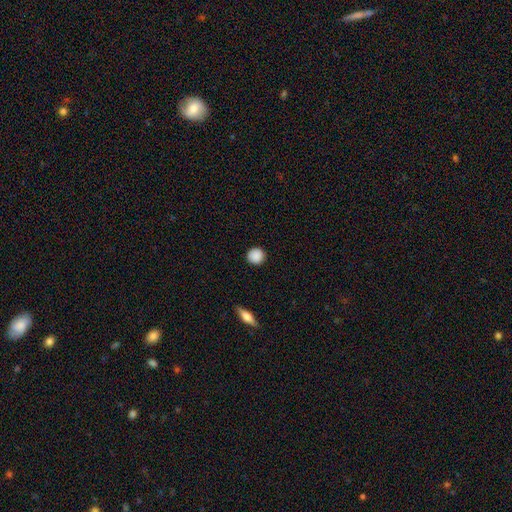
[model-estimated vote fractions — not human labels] Smooth or featured: smooth — 89% (star or artifact — 8%)
How rounded: round — 93% (in between — 6%)
Merging: none — 91% (minor disturbance — 6%)